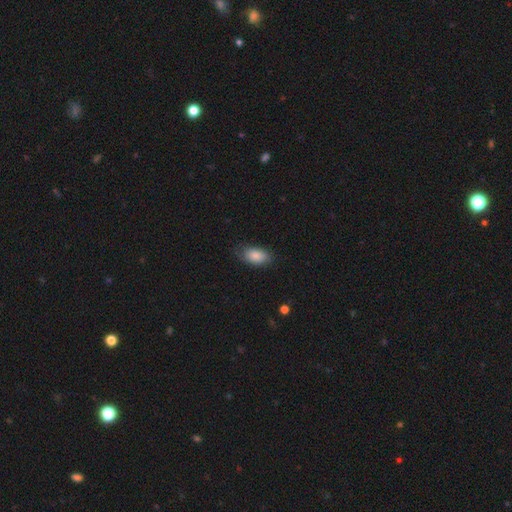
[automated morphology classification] Smooth or featured?
  - smooth: 86% *
  - featured or disk: 7%
  - star or artifact: 6%
How rounded?
  - in between: 92% *
  - round: 5%
  - cigar-shaped: 4%
Merging?
  - none: 71% *
  - minor disturbance: 23%
  - major disturbance: 5%
  - merger: 1%